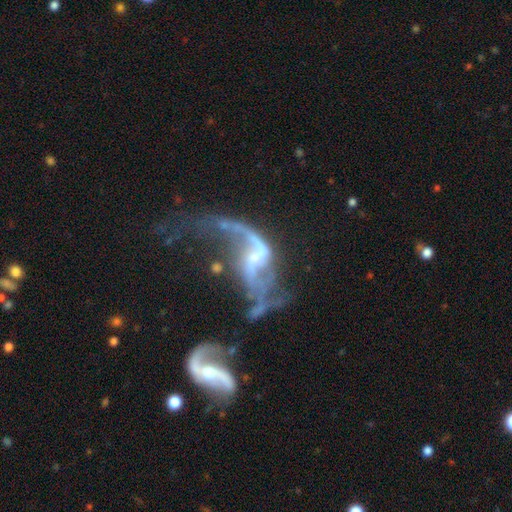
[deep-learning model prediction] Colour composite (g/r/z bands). It shows a featured or disk galaxy (86%) with a weak bar (47%), 2 (82%) loose (87%) spiral arms (88%) and a small central bulge (46%). Merging: major disturbance (35%).